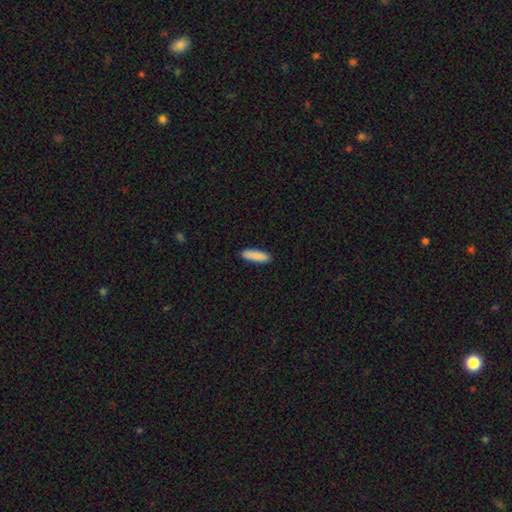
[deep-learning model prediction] Smooth or featured?
  - smooth: 89% *
  - star or artifact: 6%
  - featured or disk: 5%
How rounded?
  - cigar-shaped: 69% *
  - in between: 30%
  - round: 2%
Merging?
  - none: 91% *
  - minor disturbance: 7%
  - major disturbance: 1%
  - merger: 1%